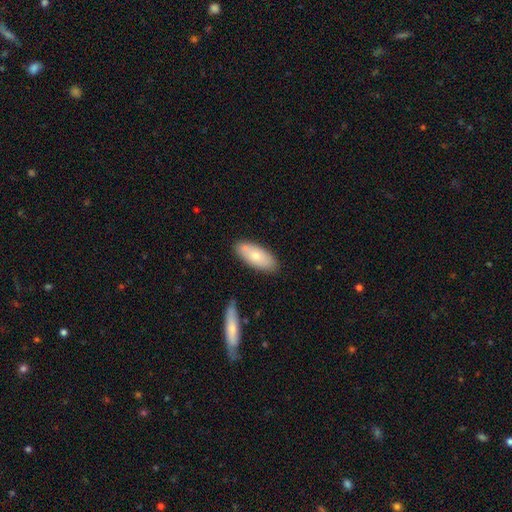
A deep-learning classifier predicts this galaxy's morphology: smooth_or_featured: smooth (p=0.70) [alt: featured or disk p=0.24]
how_rounded: in between (p=0.81) [alt: cigar-shaped p=0.16]
merging: none (p=0.73) [alt: minor disturbance p=0.16]